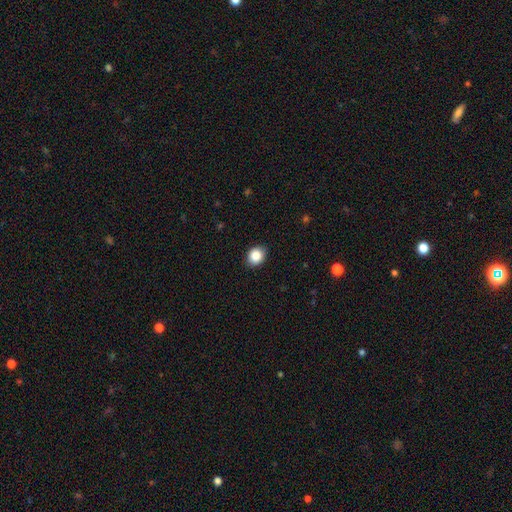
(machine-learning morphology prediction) Q: Smooth or featured?
A: smooth (87%); runner-up: star or artifact (9%)
Q: How rounded?
A: round (59%); runner-up: in between (40%)
Q: Merging?
A: none (88%); runner-up: minor disturbance (9%)